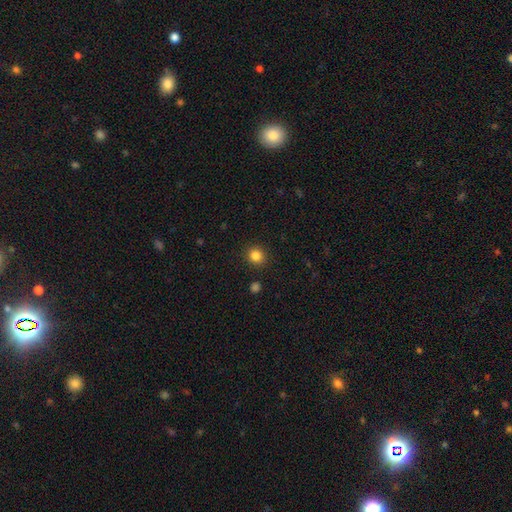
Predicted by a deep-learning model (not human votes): A smooth galaxy with no disk features (84%) that is round (85%). Merging: none (90%).